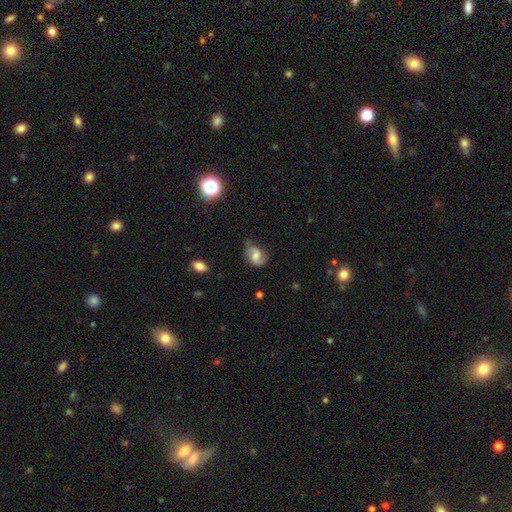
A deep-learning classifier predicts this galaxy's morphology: Smooth or featured: featured or disk — 66% (smooth — 25%)
Edge-on disk: no — 97% (yes — 3%)
Bar: weak — 47% (no — 43%)
Spiral arms: yes — 93% (no — 7%)
Spiral winding: loose — 46% (medium — 41%)
Spiral arm count: 2 — 89% (can't tell — 5%)
Bulge size: moderate — 54% (small — 27%)
Merging: none — 71% (minor disturbance — 21%)